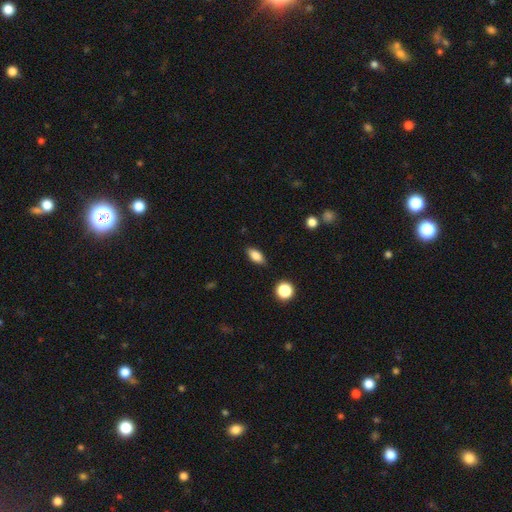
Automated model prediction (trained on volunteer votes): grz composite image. It shows a smooth galaxy with no disk features (82%) that is in between round and cigar-shaped (85%). Merging: none (86%).